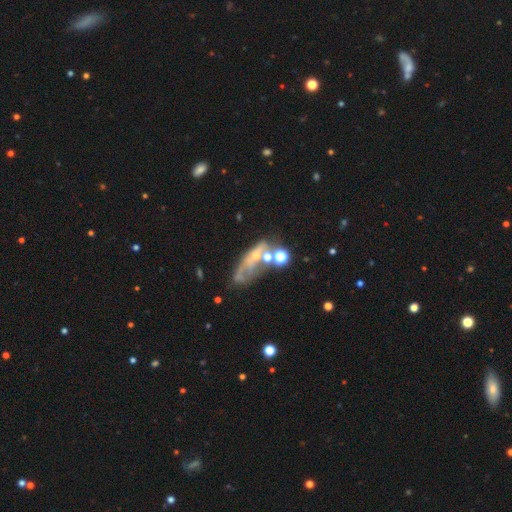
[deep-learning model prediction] A featured or disk galaxy (49%). Merging: none (35%).